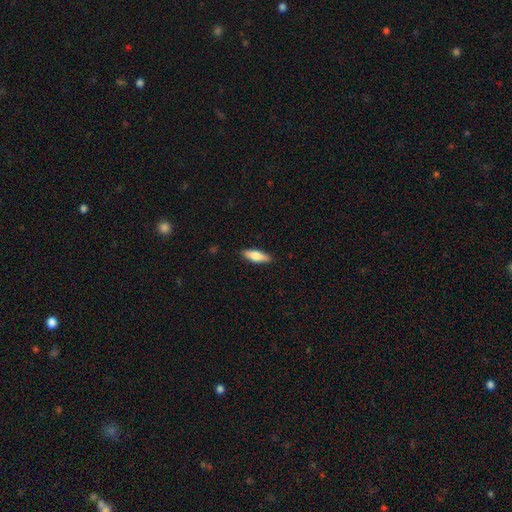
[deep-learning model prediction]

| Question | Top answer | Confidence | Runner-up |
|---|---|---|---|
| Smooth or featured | smooth | 73% | featured or disk (21%) |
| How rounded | in between | 57% | cigar-shaped (41%) |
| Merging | none | 88% | minor disturbance (9%) |